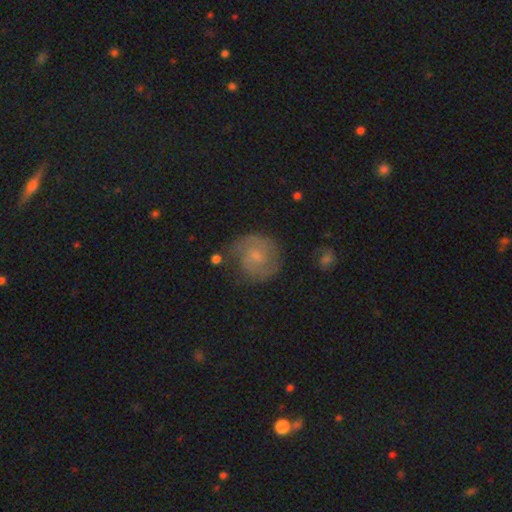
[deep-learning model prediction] This is possibly a featured or disk galaxy (59%). It is clearly not viewed edge-on (98%). Bar: possibly no (54%). Spiral arm pattern: clearly yes (87%). Central bulge: possibly small (59%). Merging: likely none (66%).